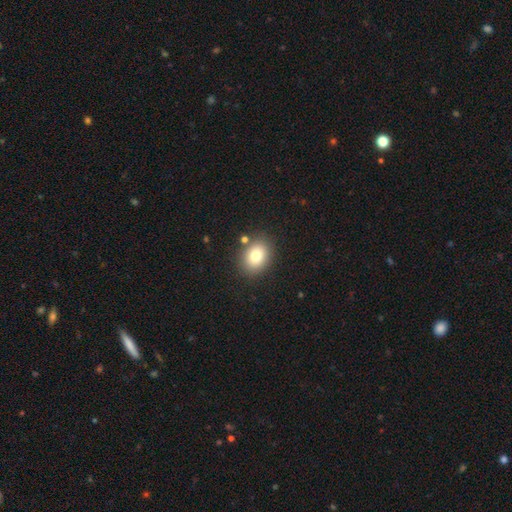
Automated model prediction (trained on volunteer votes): Smooth or featured? smooth (79%)
How rounded? in between (55%)
Merging? none (83%)